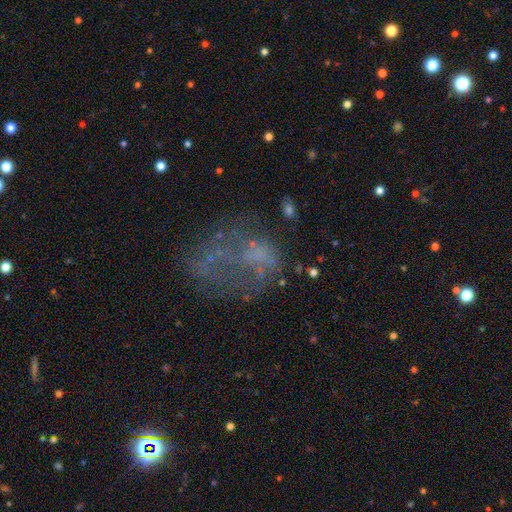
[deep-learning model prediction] Overall: featured or disk (47%; smooth 29%). Merging: none (40%; major disturbance 37%).